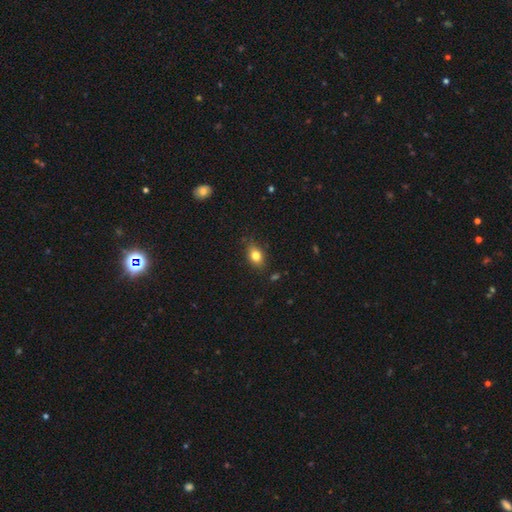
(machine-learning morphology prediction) A smooth galaxy with no disk features (80%) that is in between round and cigar-shaped (75%). Merging: none (79%).